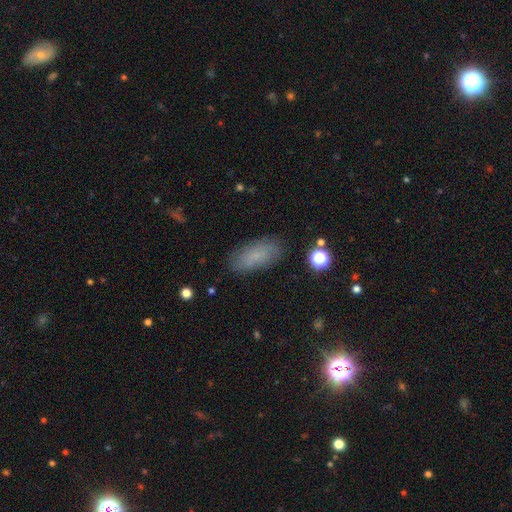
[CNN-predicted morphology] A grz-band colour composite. It shows a smooth galaxy with no disk features (72%) that is in between round and cigar-shaped (87%). Merging: none (83%).